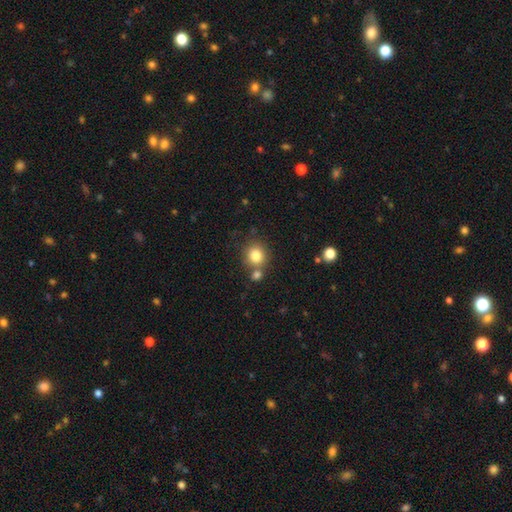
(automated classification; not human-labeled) Smooth or featured? smooth (82%)
How rounded? round (85%)
Merging? none (67%)